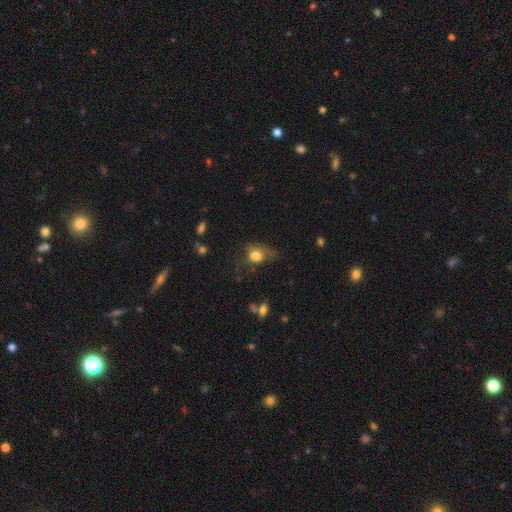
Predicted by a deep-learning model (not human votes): Smooth or featured? Predicted: smooth (p=0.78). How rounded? Predicted: in between (p=0.51). Merging? Predicted: none (p=0.36).